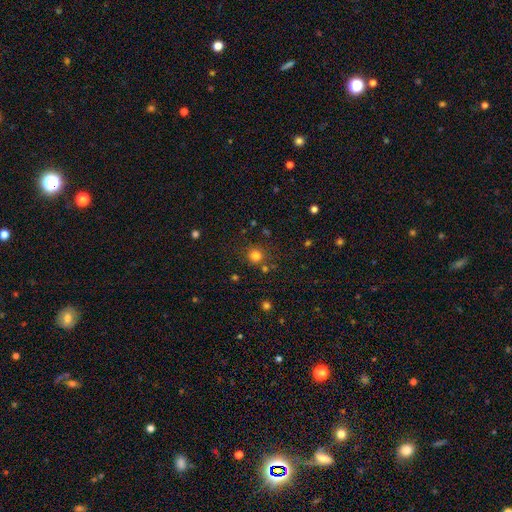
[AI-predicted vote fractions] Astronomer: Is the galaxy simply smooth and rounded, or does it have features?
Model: smooth — 80%.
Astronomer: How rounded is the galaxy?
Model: round — 89%.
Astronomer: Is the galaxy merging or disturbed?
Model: none — 78%.